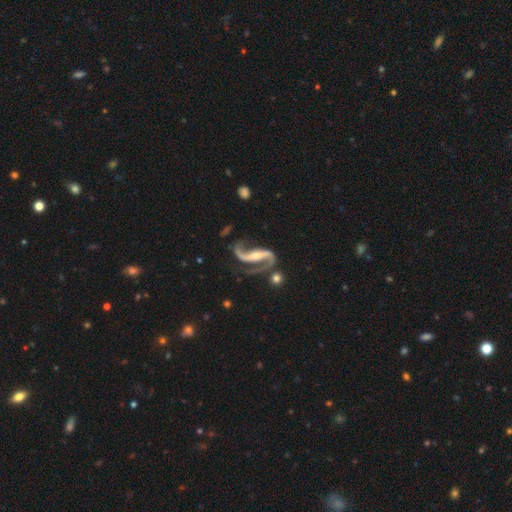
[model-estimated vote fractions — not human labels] Q: Smooth or featured?
A: featured or disk (92%); runner-up: star or artifact (5%)
Q: Edge-on disk?
A: no (96%); runner-up: yes (4%)
Q: Bar?
A: strong (57%); runner-up: weak (24%)
Q: Spiral arms?
A: yes (98%); runner-up: no (2%)
Q: Spiral winding?
A: loose (56%); runner-up: medium (35%)
Q: Spiral arm count?
A: 2 (92%); runner-up: 1 (3%)
Q: Bulge size?
A: small (59%); runner-up: moderate (33%)
Q: Merging?
A: none (60%); runner-up: minor disturbance (18%)